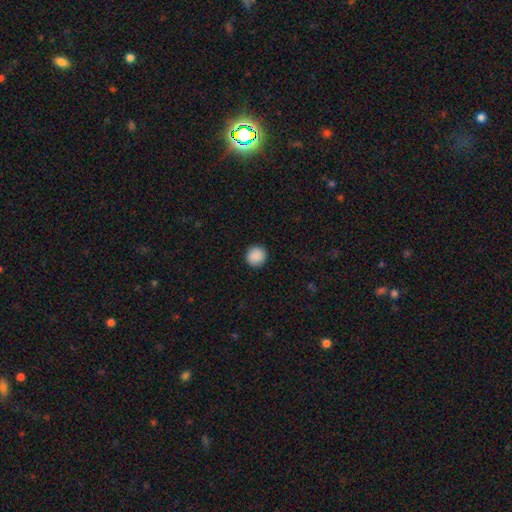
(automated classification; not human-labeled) smooth_or_featured: smooth (p=0.90) [alt: star or artifact p=0.08]
how_rounded: round (p=0.95) [alt: in between p=0.04]
merging: none (p=0.92) [alt: minor disturbance p=0.05]